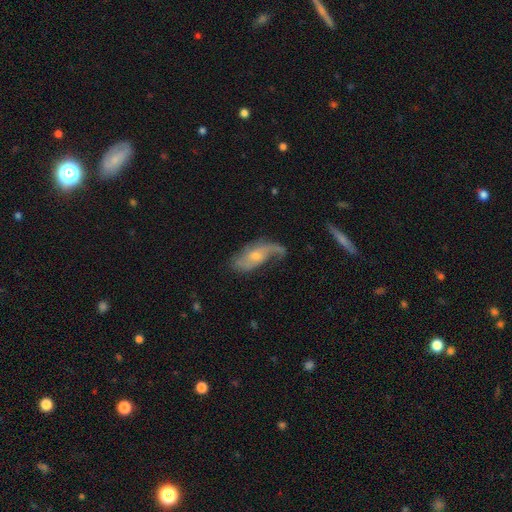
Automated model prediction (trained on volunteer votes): Smooth or featured? featured or disk (75%)
Edge-on disk? no (89%)
Bar? no (62%)
Spiral arms? yes (90%)
Spiral winding? loose (62%)
Spiral arm count? 2 (70%)
Bulge size? small (47%)
Merging? none (51%)